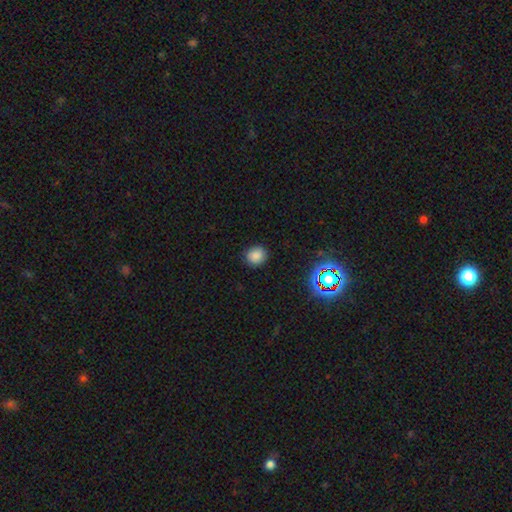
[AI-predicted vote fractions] Smooth or featured? Predicted: smooth (p=0.82). How rounded? Predicted: round (p=0.82). Merging? Predicted: none (p=0.88).